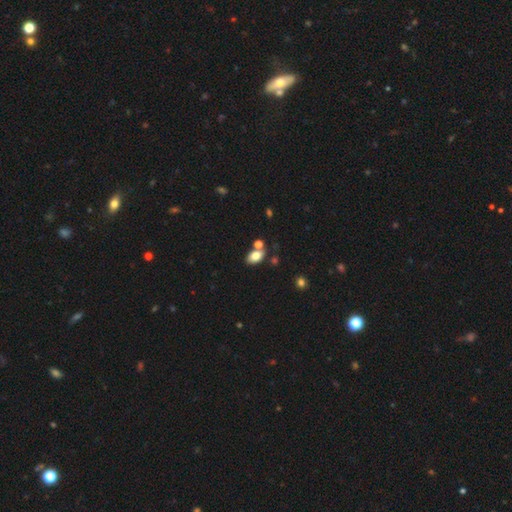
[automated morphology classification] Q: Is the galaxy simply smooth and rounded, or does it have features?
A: smooth — 78%.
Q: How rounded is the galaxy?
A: in between — 89%.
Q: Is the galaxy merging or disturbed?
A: none — 64%.